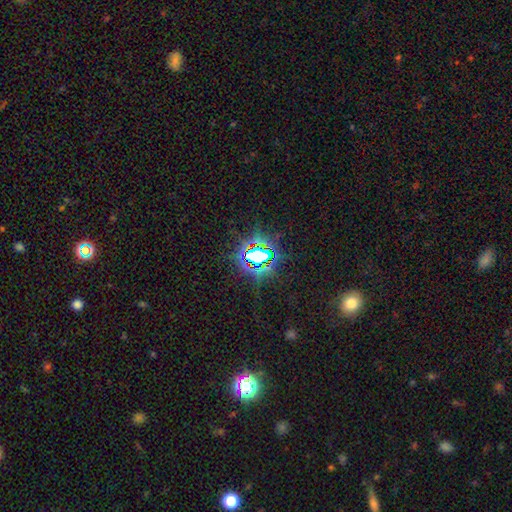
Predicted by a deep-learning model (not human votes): Smooth or featured? star or artifact (78%)